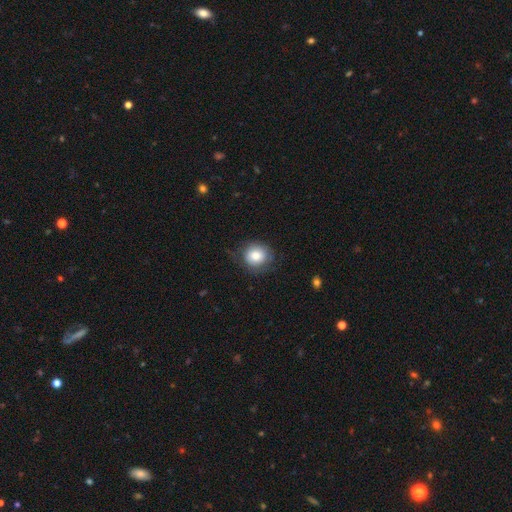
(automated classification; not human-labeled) A smooth galaxy with no disk features (81%) that is round (80%).

Vote fractions:
- Smooth or featured? smooth: 81% / featured or disk: 11% / star or artifact: 8%
- How rounded? round: 80% / in between: 19% / cigar-shaped: 1%
- Merging? none: 72% / minor disturbance: 20% / major disturbance: 7% / merger: 1%